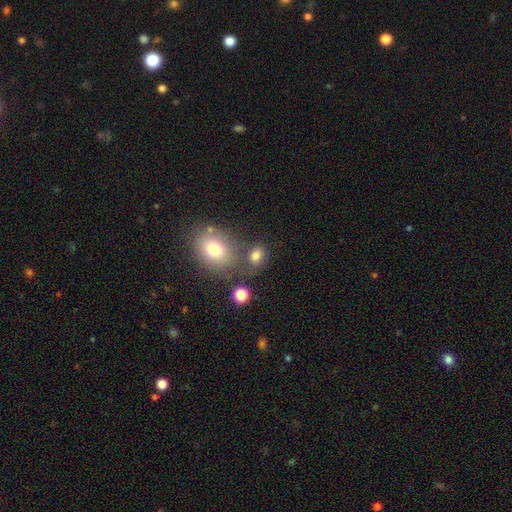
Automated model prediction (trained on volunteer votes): Smooth or featured? Predicted: smooth (p=0.77). How rounded? Predicted: in between (p=0.56). Merging? Predicted: none (p=0.61).